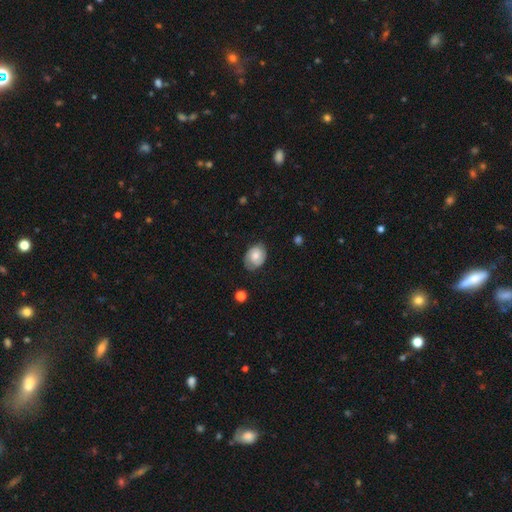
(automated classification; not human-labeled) Smooth or featured? smooth (59%)
How rounded? in between (64%)
Merging? none (71%)